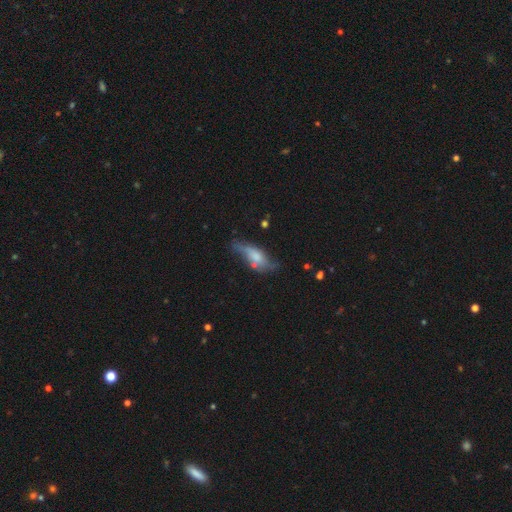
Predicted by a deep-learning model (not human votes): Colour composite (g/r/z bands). It shows a smooth galaxy with no disk features (52%) that is in between round and cigar-shaped (69%). Merging: none (41%).